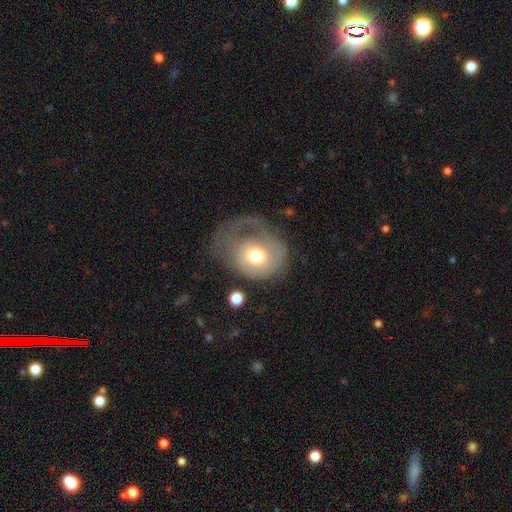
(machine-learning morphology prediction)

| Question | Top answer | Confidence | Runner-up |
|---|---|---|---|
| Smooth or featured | smooth | 52% | featured or disk (41%) |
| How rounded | round | 58% | in between (41%) |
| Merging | major disturbance | 54% | none (22%) |